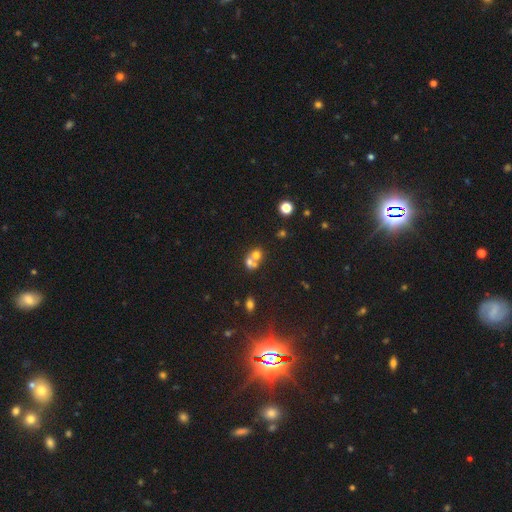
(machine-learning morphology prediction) A smooth galaxy with no disk features (63%) that is round (68%).

Vote fractions:
- Smooth or featured? smooth: 63% / featured or disk: 22% / star or artifact: 15%
- How rounded? round: 68% / in between: 31% / cigar-shaped: 1%
- Merging? merger: 63% / none: 27% / minor disturbance: 6% / major disturbance: 3%